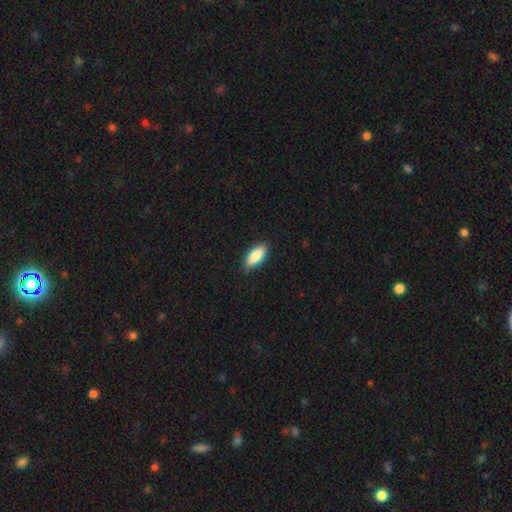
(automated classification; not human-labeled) The model was most divided on "how rounded": in between: 83%, cigar-shaped: 15%, round: 2%. More confident: smooth or featured — smooth (86%); merging — none (86%).